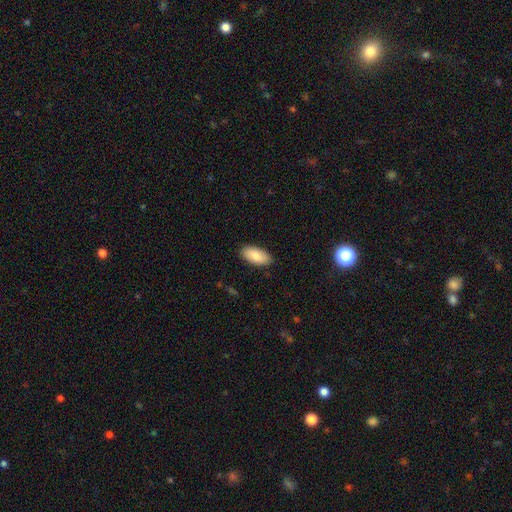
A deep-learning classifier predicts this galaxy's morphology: The model was most divided on "smooth or featured": smooth: 85%, featured or disk: 9%, star or artifact: 6%. More confident: how rounded — in between (93%); merging — none (88%).